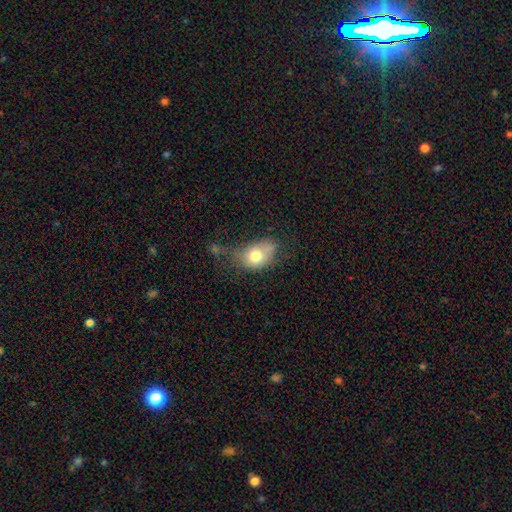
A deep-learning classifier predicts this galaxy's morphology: This is likely a smooth galaxy (72%). How rounded: likely in between (71%). Merging: marginally none (36%).